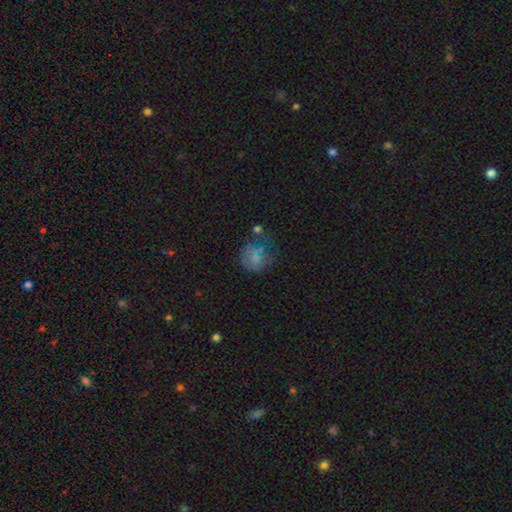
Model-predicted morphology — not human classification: The model was most divided on "merging": none: 48%, minor disturbance: 23%, major disturbance: 21%, merger: 9%. More confident: how rounded — round (78%); smooth or featured — smooth (58%).